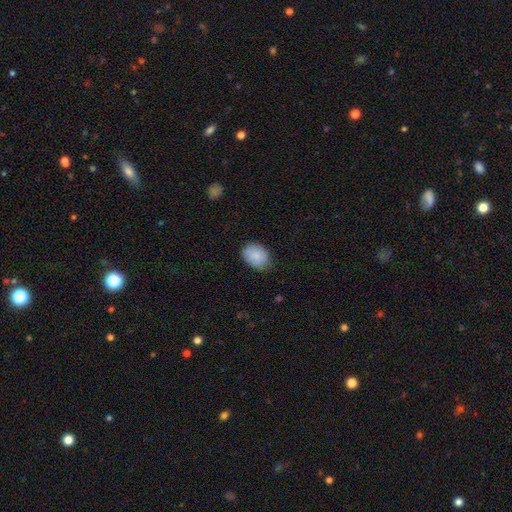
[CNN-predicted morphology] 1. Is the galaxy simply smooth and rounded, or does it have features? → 87% smooth, 7% star or artifact, 7% featured or disk.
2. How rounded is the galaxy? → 63% in between, 36% round, 1% cigar-shaped.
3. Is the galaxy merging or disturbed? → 74% none, 21% minor disturbance, 4% major disturbance, 1% merger.